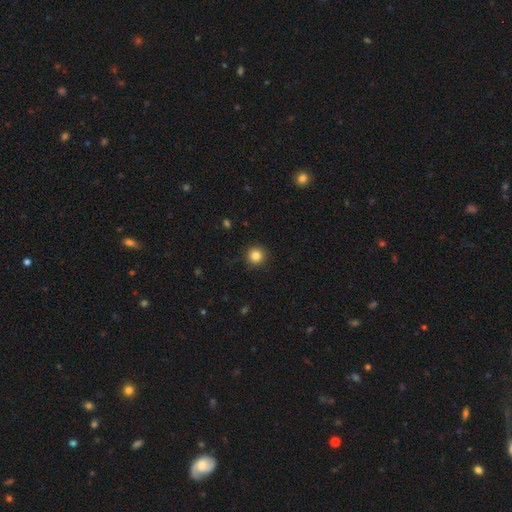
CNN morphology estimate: smooth_or_featured: smooth (p=0.84) [alt: star or artifact p=0.11]
how_rounded: round (p=0.95) [alt: in between p=0.04]
merging: none (p=0.91) [alt: minor disturbance p=0.06]